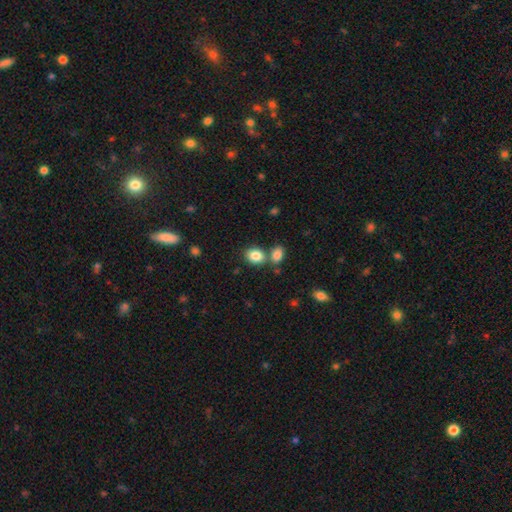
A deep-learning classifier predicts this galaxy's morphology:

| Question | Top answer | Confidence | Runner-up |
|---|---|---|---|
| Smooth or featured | smooth | 85% | star or artifact (9%) |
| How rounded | in between | 57% | round (42%) |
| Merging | none | 59% | merger (28%) |